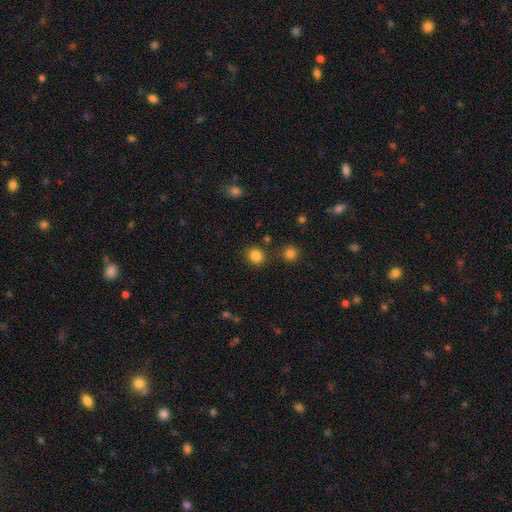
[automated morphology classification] A smooth galaxy with no disk features (84%) that is round (77%). Merging: none (81%).